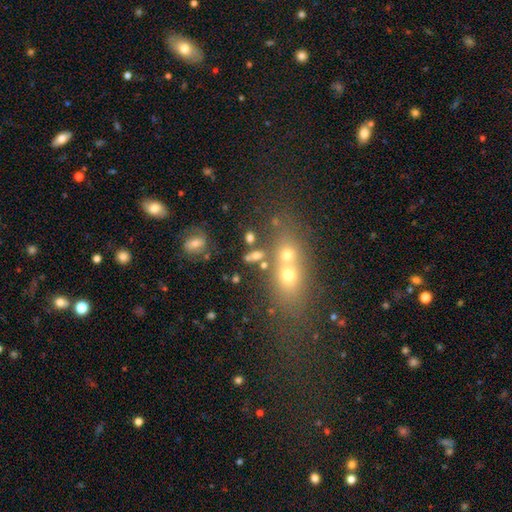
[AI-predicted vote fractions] A smooth galaxy with no disk features (62%) that is in between round and cigar-shaped (66%). Merging: none (45%).